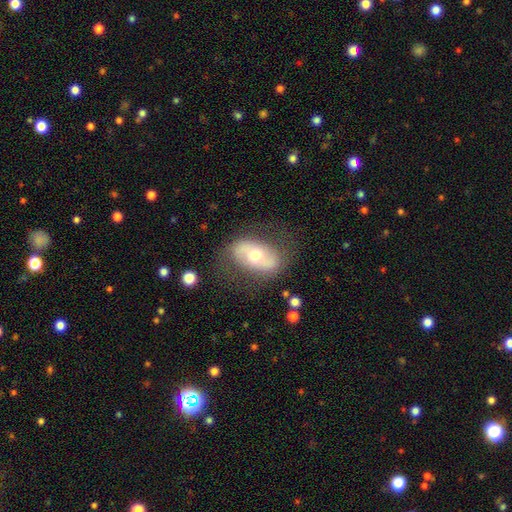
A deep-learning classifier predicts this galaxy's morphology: smooth-or-featured: featured or disk: 58% | smooth: 35% | star or artifact: 7%
  disk-edge-on: no: 92% | yes: 8%
    bar: no: 54% | weak: 28% | strong: 19%
    has-spiral-arms: yes: 60% | no: 40%
    bulge-size: moderate: 67% | small: 24% | large: 6% | dominant: 1% | none: 1%
  merging: none: 71% | minor disturbance: 17% | major disturbance: 10% | merger: 2%